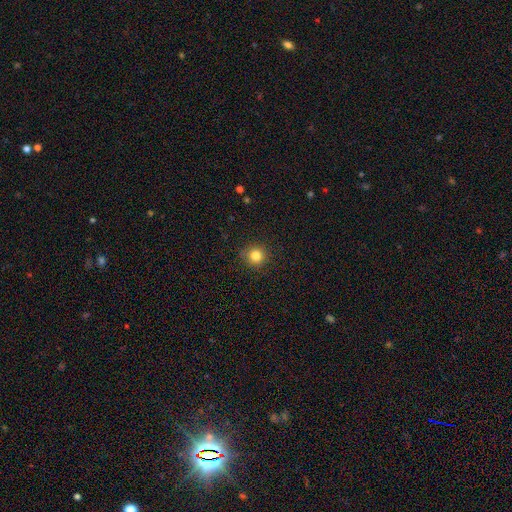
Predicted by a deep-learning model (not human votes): Smooth or featured: smooth — 82% (star or artifact — 12%)
How rounded: round — 94% (in between — 5%)
Merging: none — 90% (minor disturbance — 7%)